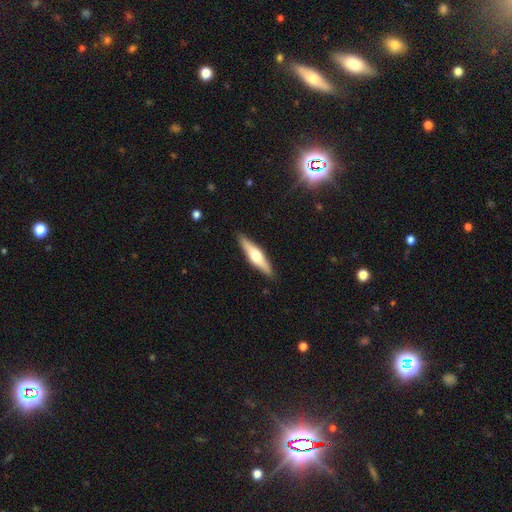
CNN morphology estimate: Overall: featured or disk (53%; smooth 42%). Edge-on disk: yes (94%). Merging: none (90%).